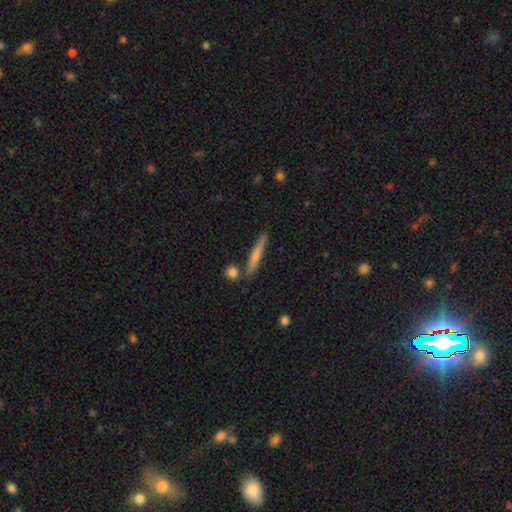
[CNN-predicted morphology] Overall: smooth (60%; featured or disk 34%). How rounded: cigar-shaped (94%). Merging: none (81%).